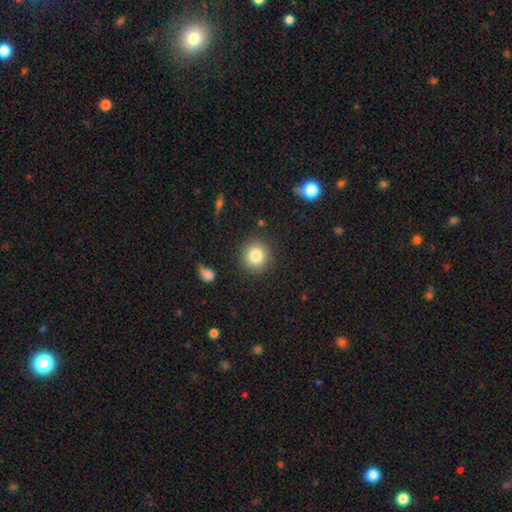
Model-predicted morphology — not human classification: This appears to be a smooth galaxy with no disk features (83%) that is round (90%). Merging: none (88%).